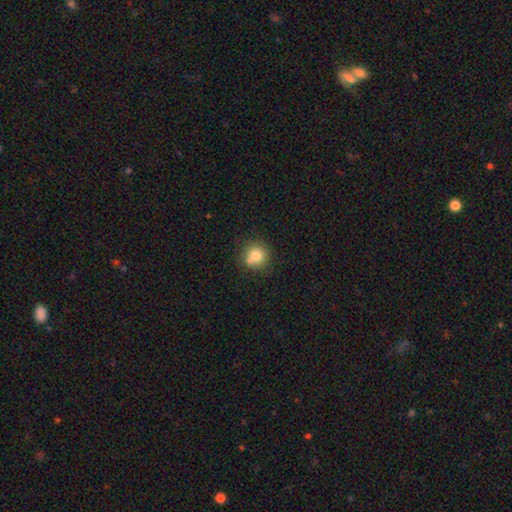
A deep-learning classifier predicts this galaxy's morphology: Smooth or featured?
  - smooth: 79% *
  - star or artifact: 11%
  - featured or disk: 10%
How rounded?
  - round: 89% *
  - in between: 10%
  - cigar-shaped: 1%
Merging?
  - none: 73% *
  - minor disturbance: 16%
  - merger: 8%
  - major disturbance: 4%